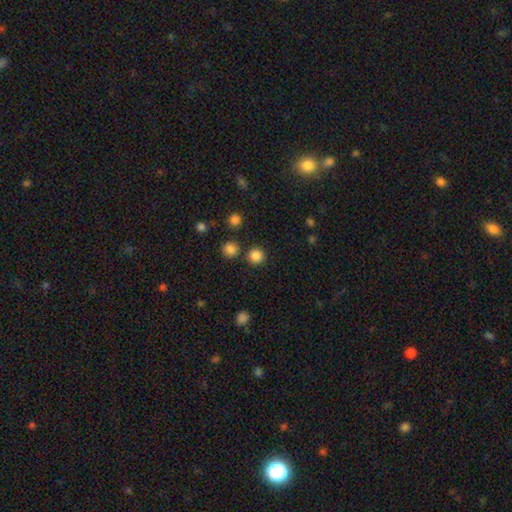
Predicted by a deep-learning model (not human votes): Q: Smooth or featured?
A: smooth (84%); runner-up: star or artifact (13%)
Q: How rounded?
A: round (93%); runner-up: in between (6%)
Q: Merging?
A: none (84%); runner-up: merger (7%)